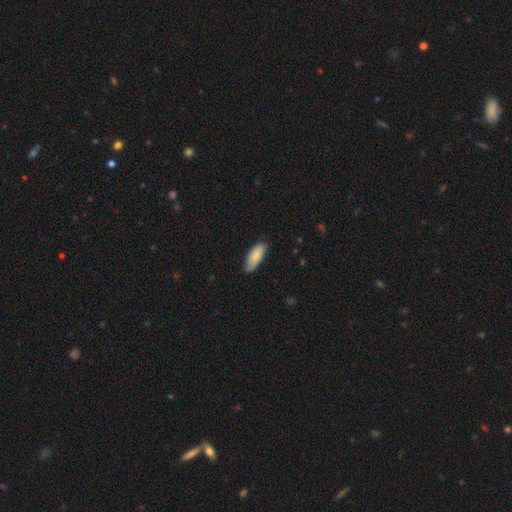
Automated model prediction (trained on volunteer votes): Smooth or featured?
  - smooth: 86% *
  - featured or disk: 9%
  - star or artifact: 6%
How rounded?
  - in between: 71% *
  - cigar-shaped: 27%
  - round: 2%
Merging?
  - none: 80% *
  - minor disturbance: 17%
  - major disturbance: 2%
  - merger: 1%